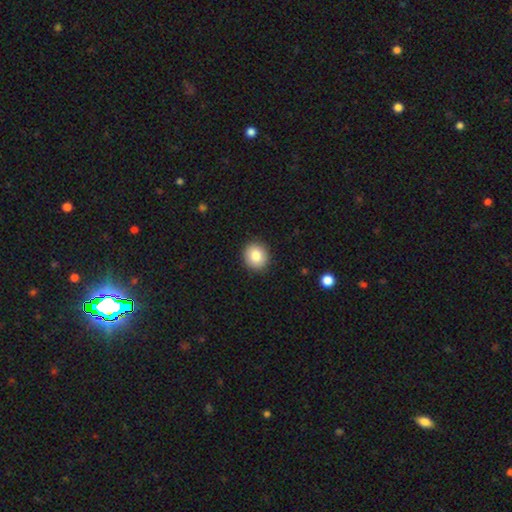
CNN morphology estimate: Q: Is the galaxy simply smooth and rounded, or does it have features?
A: smooth — 83%.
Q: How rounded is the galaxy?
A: round — 83%.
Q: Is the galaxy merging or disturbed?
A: none — 91%.